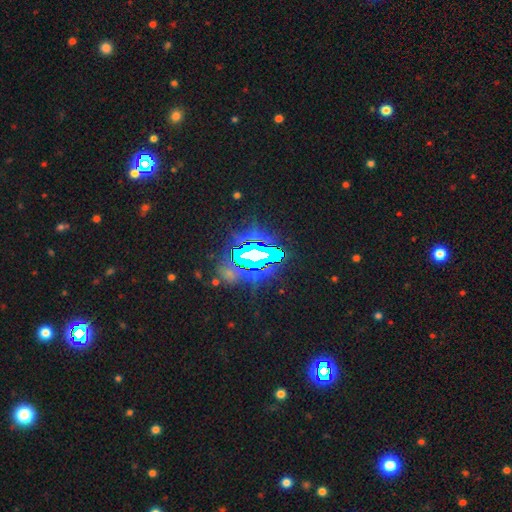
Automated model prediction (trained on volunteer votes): A star or artifact, not a galaxy (76%).

Vote fractions:
- Smooth or featured? star or artifact: 76% / featured or disk: 13% / smooth: 12%